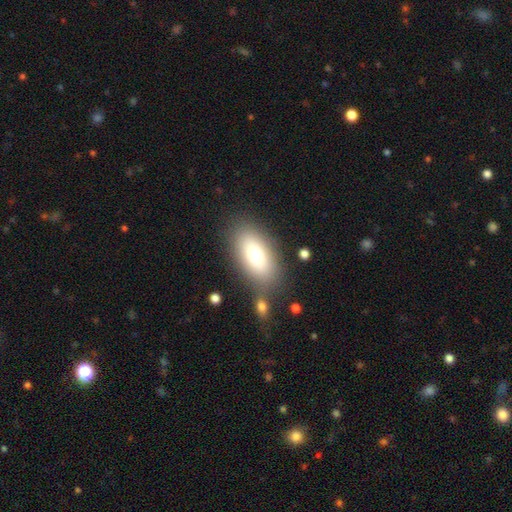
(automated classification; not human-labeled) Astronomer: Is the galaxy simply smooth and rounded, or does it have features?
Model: smooth — 73%.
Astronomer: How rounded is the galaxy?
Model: in between — 89%.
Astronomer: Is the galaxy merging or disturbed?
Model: none — 75%.